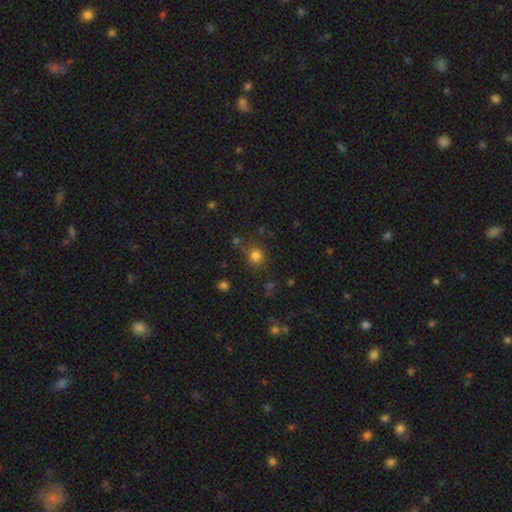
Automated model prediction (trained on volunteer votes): smooth-or-featured: smooth: 80% | star or artifact: 15% | featured or disk: 5%
  how-rounded: round: 89% | in between: 10% | cigar-shaped: 1%
  merging: none: 79% | minor disturbance: 11% | merger: 5% | major disturbance: 5%